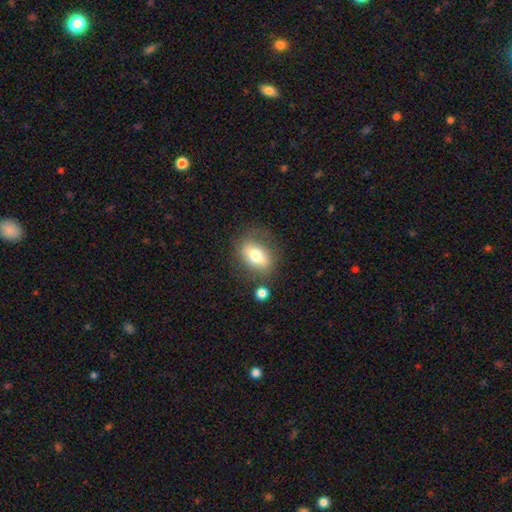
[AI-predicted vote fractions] Smooth or featured?
  - smooth: 63% *
  - featured or disk: 29%
  - star or artifact: 8%
How rounded?
  - in between: 77% *
  - round: 21%
  - cigar-shaped: 3%
Merging?
  - none: 67% *
  - minor disturbance: 19%
  - major disturbance: 8%
  - merger: 6%